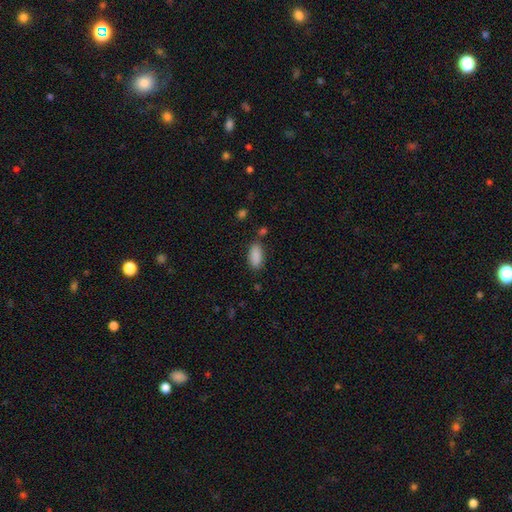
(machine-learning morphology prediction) Smooth or featured: smooth — 89% (star or artifact — 7%)
How rounded: in between — 89% (cigar-shaped — 9%)
Merging: none — 80% (minor disturbance — 13%)